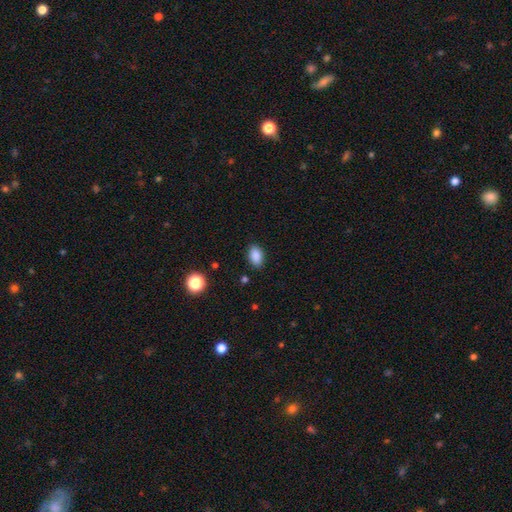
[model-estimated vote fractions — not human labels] Smooth or featured? Predicted: smooth (p=0.87). How rounded? Predicted: in between (p=0.89). Merging? Predicted: none (p=0.86).